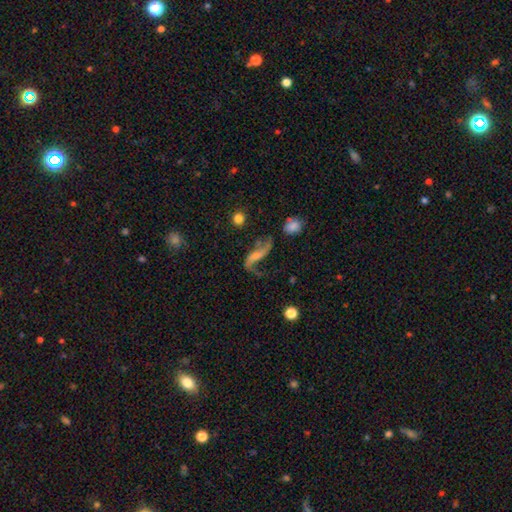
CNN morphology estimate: The model was most divided on "bar" (2-way tie): no: 38%, weak: 38%, strong: 24%. Remaining: edge-on disk — no (92%); spiral arms — yes (91%); spiral winding — loose (89%); spiral arm count — 2 (89%); smooth or featured — featured or disk (77%); merging — none (58%); bulge size — small (38%).